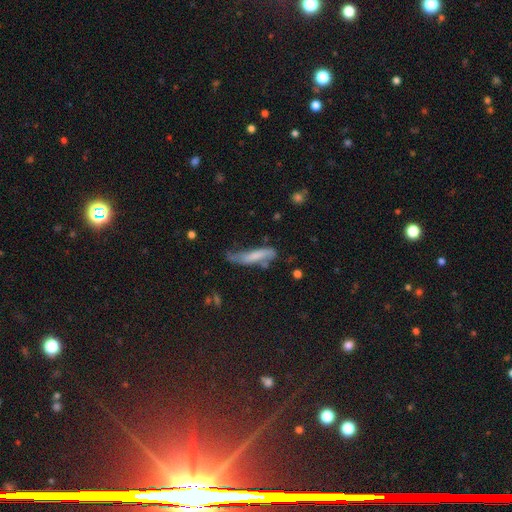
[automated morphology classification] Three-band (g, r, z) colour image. It shows a smooth galaxy with no disk features (60%) that is cigar-shaped (78%). Merging: none (40%).